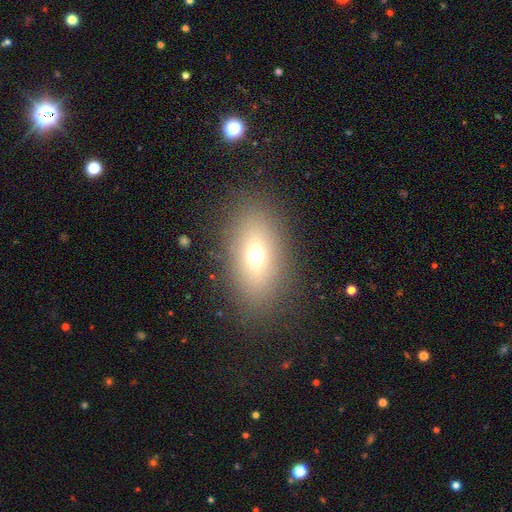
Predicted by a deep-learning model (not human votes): This appears to be a smooth galaxy with no disk features (66%) that is in between round and cigar-shaped (83%). Merging: none (84%).